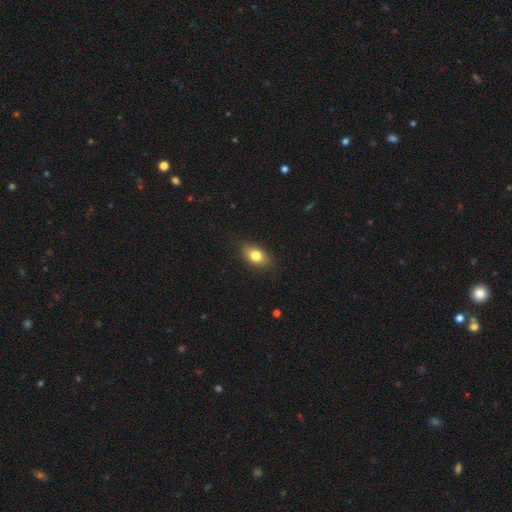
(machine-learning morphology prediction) A smooth galaxy with no disk features (78%) that is in between round and cigar-shaped (83%).

Vote fractions:
- Smooth or featured? smooth: 78% / featured or disk: 13% / star or artifact: 9%
- How rounded? in between: 83% / round: 14% / cigar-shaped: 4%
- Merging? none: 84% / minor disturbance: 13% / major disturbance: 3% / merger: 1%